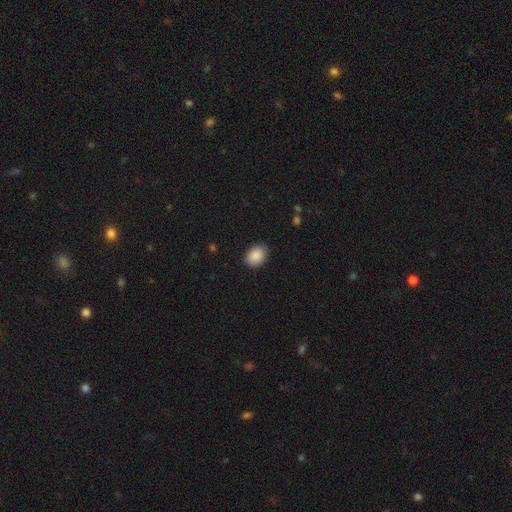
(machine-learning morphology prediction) Smooth or featured?
  - smooth: 89% *
  - star or artifact: 7%
  - featured or disk: 4%
How rounded?
  - in between: 71% *
  - round: 28%
  - cigar-shaped: 1%
Merging?
  - none: 88% *
  - minor disturbance: 9%
  - major disturbance: 2%
  - merger: 1%